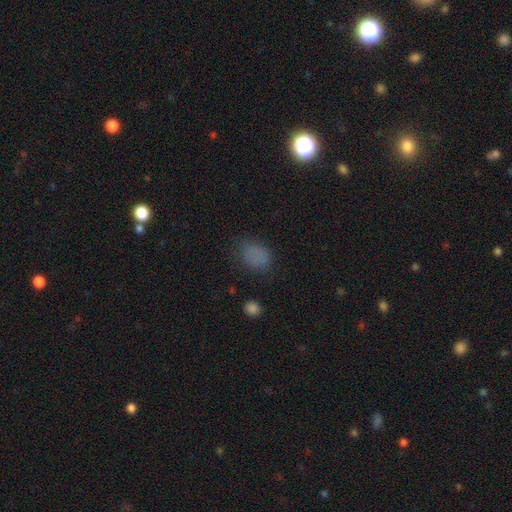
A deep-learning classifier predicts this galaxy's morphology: Overall: smooth (77%). How rounded: in between (67%; round 32%). Merging: none (68%).